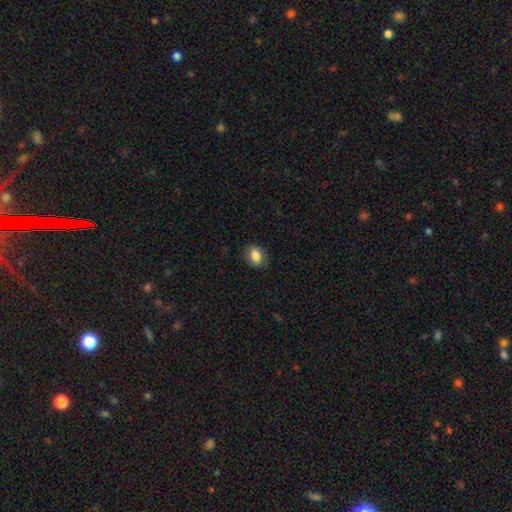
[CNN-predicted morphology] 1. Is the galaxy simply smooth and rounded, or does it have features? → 83% smooth, 9% featured or disk, 8% star or artifact.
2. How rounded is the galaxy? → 68% in between, 30% round, 1% cigar-shaped.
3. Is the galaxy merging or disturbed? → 84% none, 12% minor disturbance, 3% major disturbance, 1% merger.